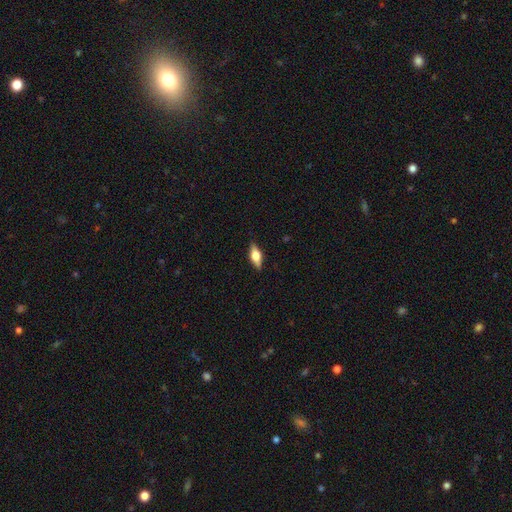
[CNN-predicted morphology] smooth_or_featured: featured or disk (p=0.49) [alt: smooth p=0.44]
merging: none (p=0.87) [alt: minor disturbance p=0.10]